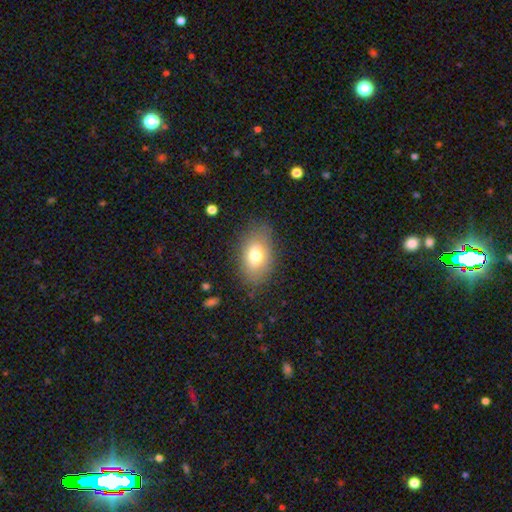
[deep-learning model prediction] smooth 74%, featured or disk 17%, star or artifact 10%. Down the decision tree: how rounded — in between (87%); merging — none (80%).